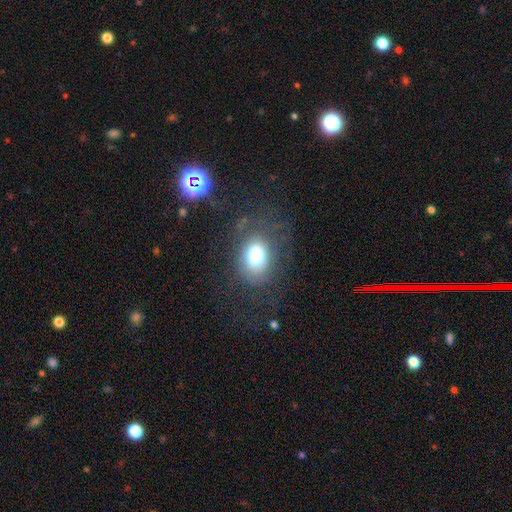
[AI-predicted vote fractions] smooth 67%, featured or disk 22%, star or artifact 11%. Down the decision tree: how rounded — in between (65%); merging — none (62%).